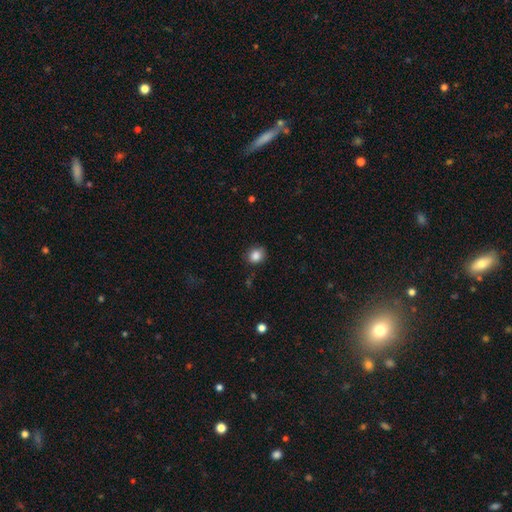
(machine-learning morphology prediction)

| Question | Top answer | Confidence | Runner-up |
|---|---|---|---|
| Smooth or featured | smooth | 85% | star or artifact (10%) |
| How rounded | round | 63% | in between (36%) |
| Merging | none | 81% | minor disturbance (15%) |